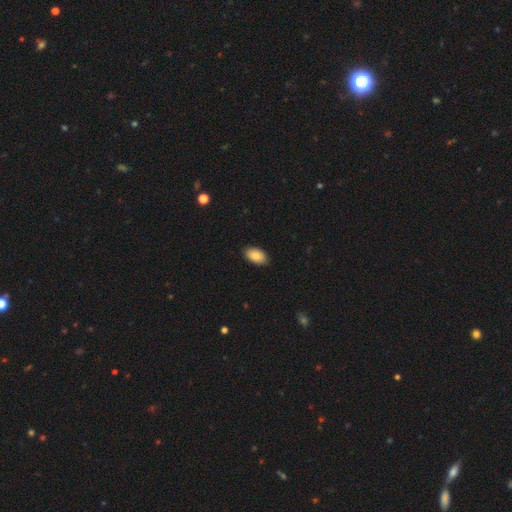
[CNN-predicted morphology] Smooth or featured? smooth (85%)
How rounded? in between (94%)
Merging? none (88%)